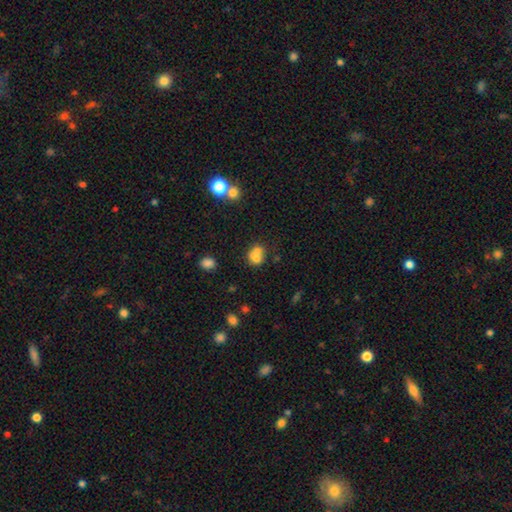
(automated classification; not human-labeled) smooth_or_featured: smooth (p=0.65) [alt: featured or disk p=0.21]
how_rounded: round (p=0.66) [alt: in between p=0.33]
merging: merger (p=0.58) [alt: none p=0.29]